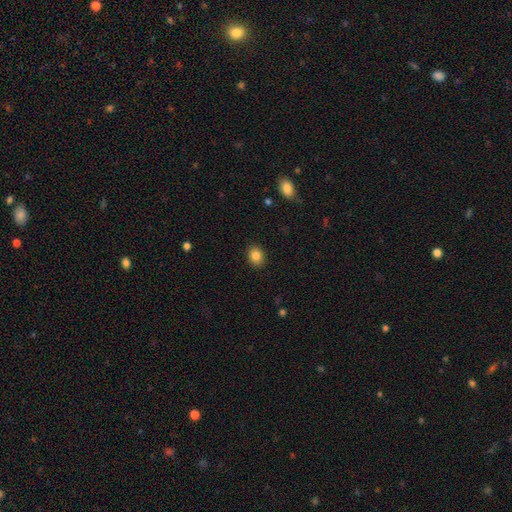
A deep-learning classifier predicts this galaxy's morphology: Smooth or featured?
  - smooth: 84% *
  - star or artifact: 10%
  - featured or disk: 6%
How rounded?
  - round: 57% *
  - in between: 42%
  - cigar-shaped: 1%
Merging?
  - none: 90% *
  - minor disturbance: 7%
  - major disturbance: 2%
  - merger: 1%